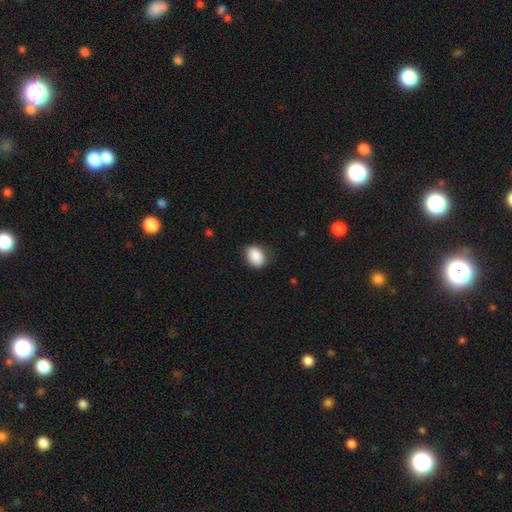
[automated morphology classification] This appears to be a smooth galaxy with no disk features (88%) that is in between round and cigar-shaped (75%). Merging: none (78%).